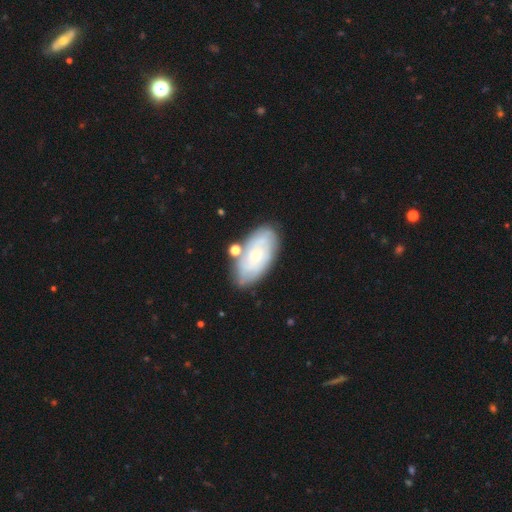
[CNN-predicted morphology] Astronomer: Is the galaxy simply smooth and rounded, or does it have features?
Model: featured or disk — 58% (runner-up: smooth, 35%).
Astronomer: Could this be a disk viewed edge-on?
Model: no — 93%.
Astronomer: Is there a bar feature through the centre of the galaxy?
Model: no — 81%.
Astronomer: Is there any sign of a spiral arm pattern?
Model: yes — 74%.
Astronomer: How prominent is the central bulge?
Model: small — 68%.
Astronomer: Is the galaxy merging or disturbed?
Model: none — 72%.